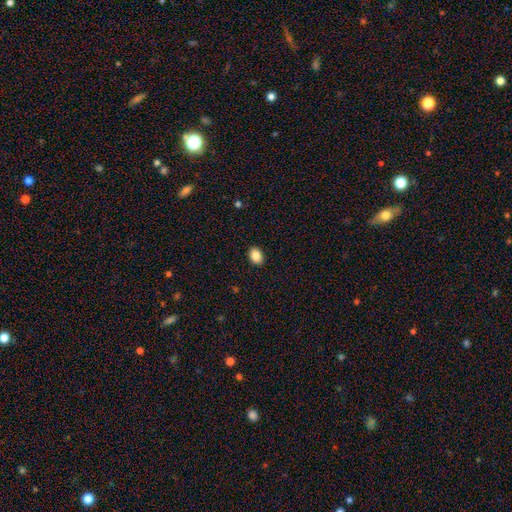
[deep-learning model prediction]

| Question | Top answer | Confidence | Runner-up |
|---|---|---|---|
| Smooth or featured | smooth | 87% | star or artifact (9%) |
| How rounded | in between | 67% | round (32%) |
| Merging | none | 91% | minor disturbance (7%) |